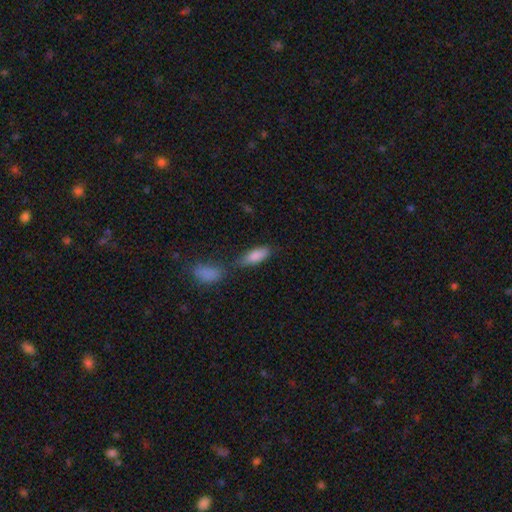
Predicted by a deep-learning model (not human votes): Morphology: type=smooth (84%); roundness=in between (68%); merging=none (51%).